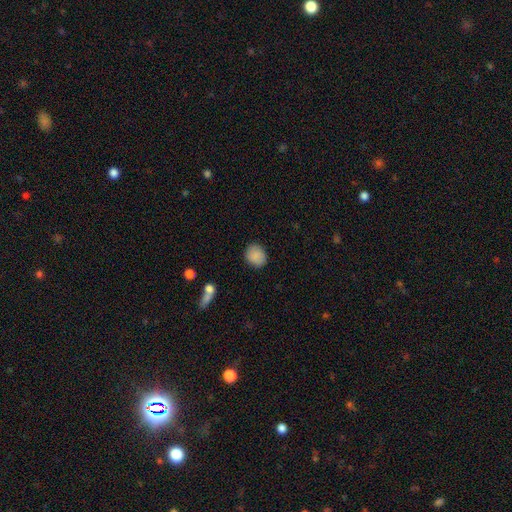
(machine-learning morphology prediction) A smooth galaxy with no disk features (88%) that is round (63%). Merging: none (85%).